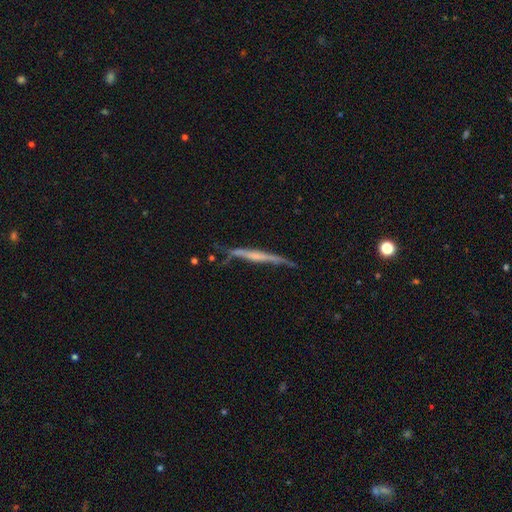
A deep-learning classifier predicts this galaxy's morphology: The model was most divided on "edge-on bulge": none: 57%, rounded: 27%, boxy: 16%. More confident: edge-on disk — yes (92%); smooth or featured — featured or disk (62%); merging — none (59%).